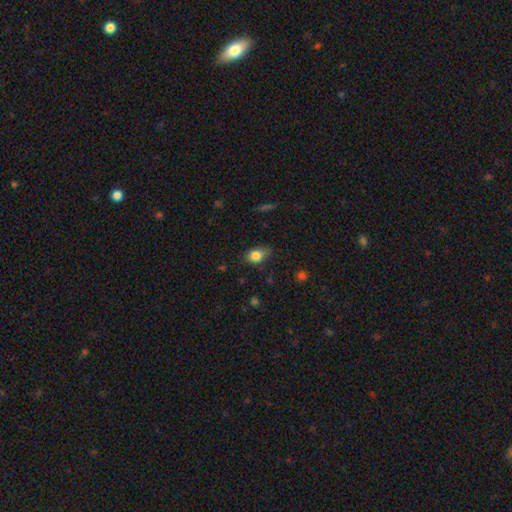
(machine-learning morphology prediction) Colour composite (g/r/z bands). It shows a smooth galaxy with no disk features (83%) that is in between round and cigar-shaped (68%). Merging: none (64%).